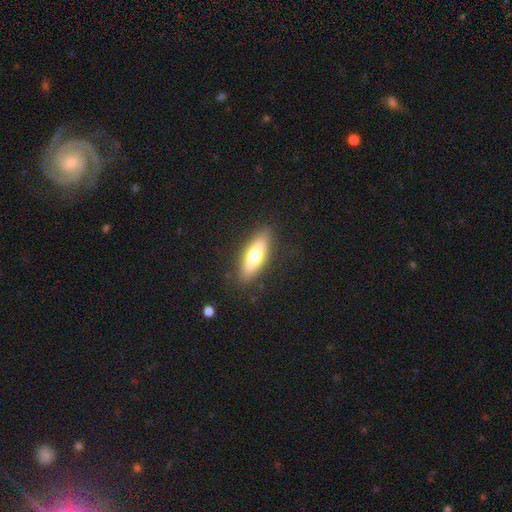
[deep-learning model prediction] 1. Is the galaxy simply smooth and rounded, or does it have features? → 58% smooth, 35% featured or disk, 7% star or artifact.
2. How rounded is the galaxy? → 55% cigar-shaped, 43% in between, 2% round.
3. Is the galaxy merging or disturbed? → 88% none, 9% minor disturbance, 2% major disturbance, 1% merger.